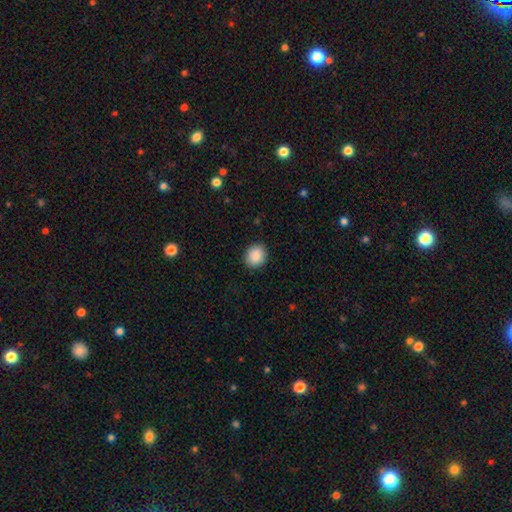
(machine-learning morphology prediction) A smooth galaxy with no disk features (89%) that is round (68%).

Vote fractions:
- Smooth or featured? smooth: 89% / star or artifact: 8% / featured or disk: 4%
- How rounded? round: 68% / in between: 31% / cigar-shaped: 1%
- Merging? none: 90% / minor disturbance: 7% / major disturbance: 2% / merger: 1%